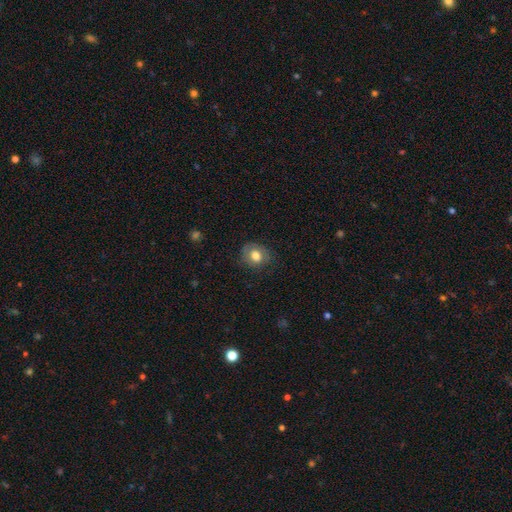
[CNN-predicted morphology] Smooth or featured: smooth — 71% (featured or disk — 21%)
How rounded: round — 57% (in between — 42%)
Merging: none — 71% (minor disturbance — 20%)